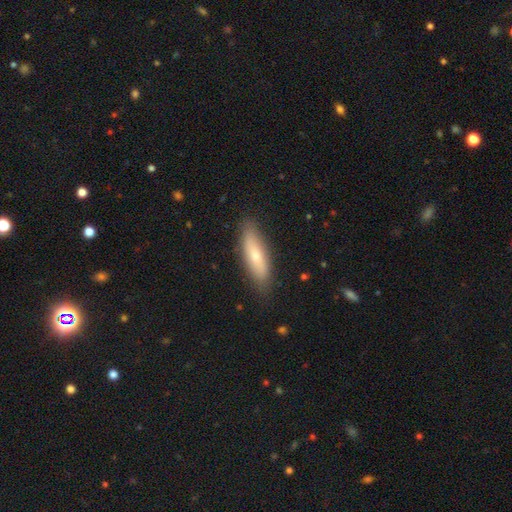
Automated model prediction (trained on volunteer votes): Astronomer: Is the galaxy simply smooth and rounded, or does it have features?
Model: smooth — 62%.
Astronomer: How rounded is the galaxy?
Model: cigar-shaped — 52% (runner-up: in between, 46%).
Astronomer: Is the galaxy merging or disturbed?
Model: none — 85%.